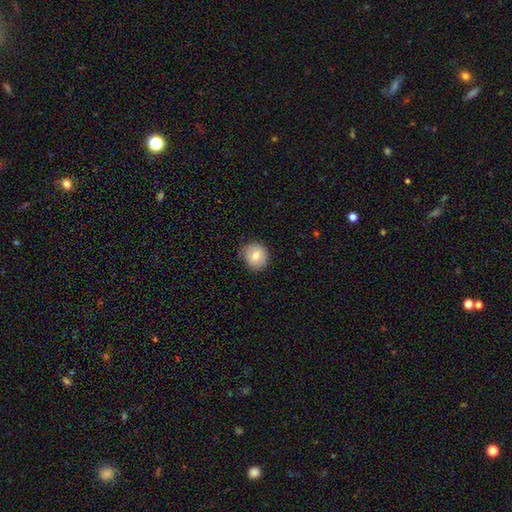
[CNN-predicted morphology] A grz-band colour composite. It shows a smooth galaxy with no disk features (72%) that is round (86%). Merging: none (78%).